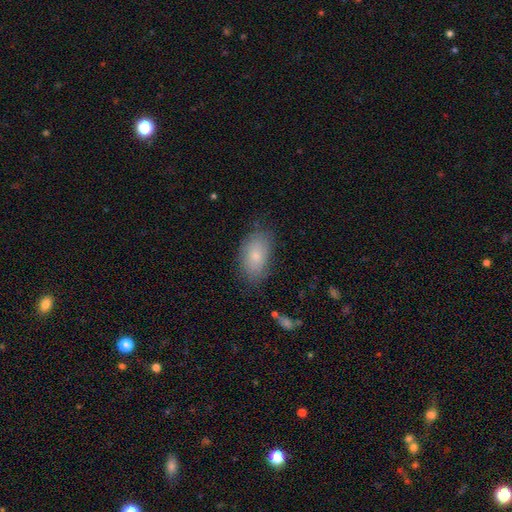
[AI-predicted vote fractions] Smooth or featured? smooth (80%)
How rounded? in between (93%)
Merging? none (75%)